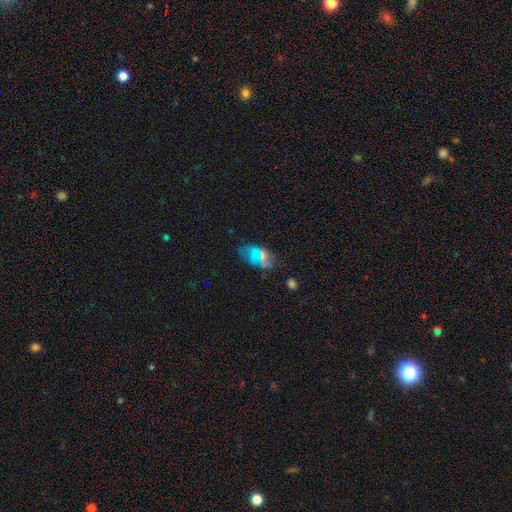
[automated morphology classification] smooth 46%, star or artifact 35%, featured or disk 19%. Down the decision tree: merging — none (63%).